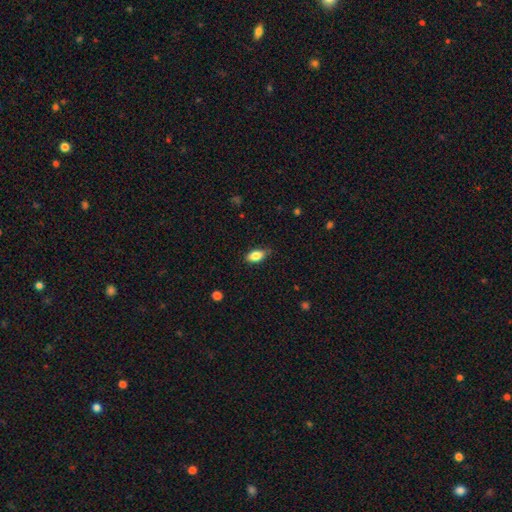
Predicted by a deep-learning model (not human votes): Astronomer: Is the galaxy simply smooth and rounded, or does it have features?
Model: smooth — 81%.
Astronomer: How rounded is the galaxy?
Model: in between — 89%.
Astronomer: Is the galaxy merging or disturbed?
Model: none — 81%.